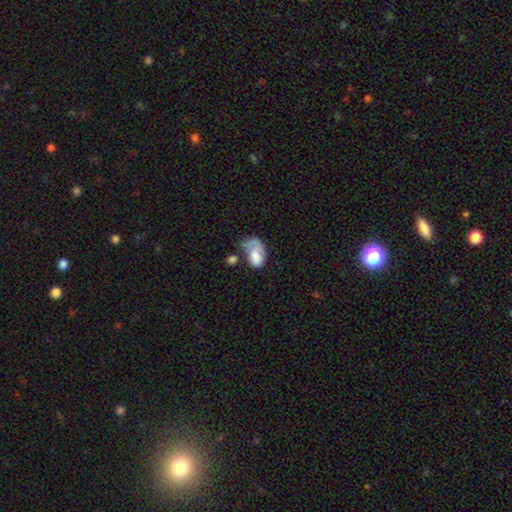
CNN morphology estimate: This is likely a smooth galaxy (68%). How rounded: clearly in between (86%). Merging: marginally major disturbance (43%).